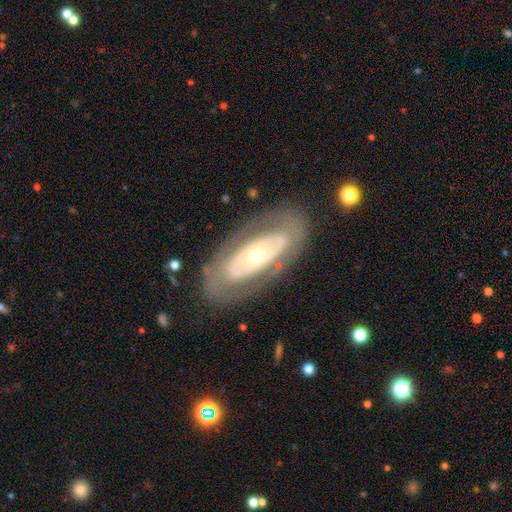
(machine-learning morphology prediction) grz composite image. It shows a featured or disk galaxy (69%) with no bar (85%), no spiral arms (77%) and a moderate central bulge (47%, tied with small). Merging: none (79%).